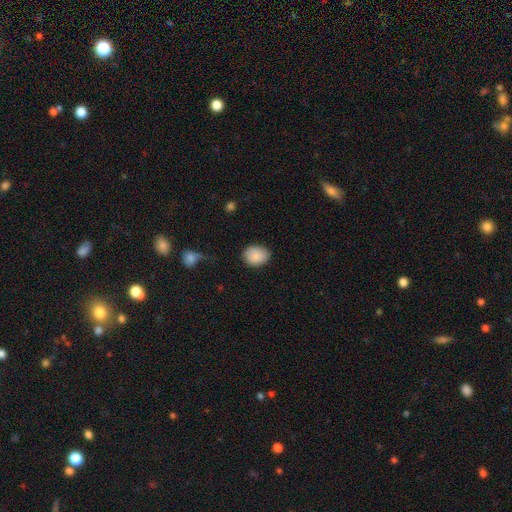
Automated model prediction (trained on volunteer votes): Smooth or featured? smooth (89%)
How rounded? in between (56%)
Merging? none (82%)